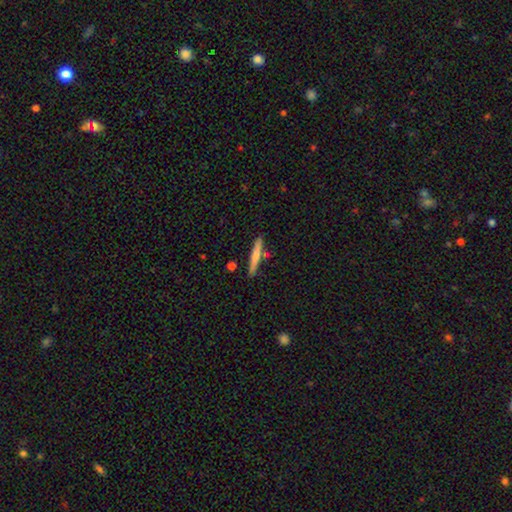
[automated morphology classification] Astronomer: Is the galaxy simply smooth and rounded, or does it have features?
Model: smooth — 65%.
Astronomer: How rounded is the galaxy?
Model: cigar-shaped — 94%.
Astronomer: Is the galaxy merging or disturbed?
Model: none — 82%.